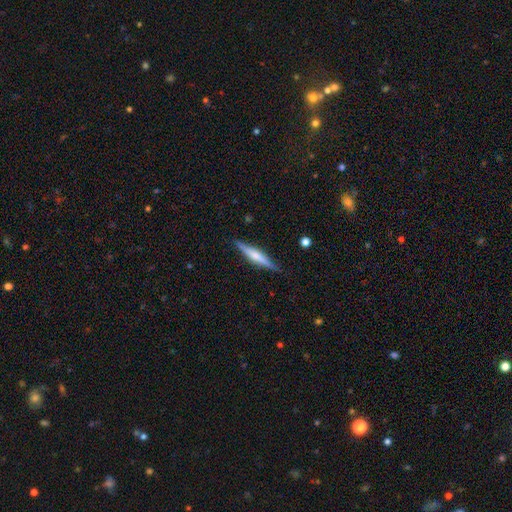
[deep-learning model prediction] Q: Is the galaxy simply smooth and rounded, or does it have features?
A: featured or disk — 57%.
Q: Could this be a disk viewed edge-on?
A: yes — 97%.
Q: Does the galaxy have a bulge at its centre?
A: rounded — 62%.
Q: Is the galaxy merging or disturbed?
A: none — 88%.